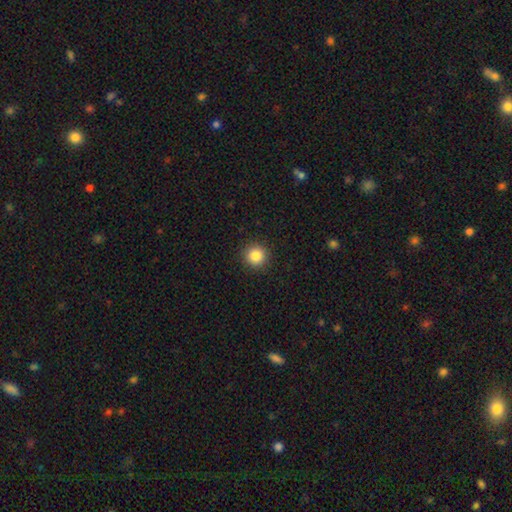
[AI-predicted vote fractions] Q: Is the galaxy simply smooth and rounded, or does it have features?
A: smooth — 85%.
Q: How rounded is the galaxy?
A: round — 95%.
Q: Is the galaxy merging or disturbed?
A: none — 92%.